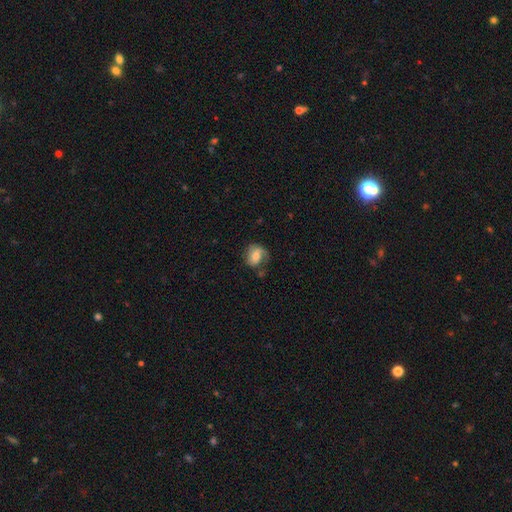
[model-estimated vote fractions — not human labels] smooth 51%, featured or disk 41%, star or artifact 8%. Down the decision tree: how rounded — round (53%); merging — none (51%).